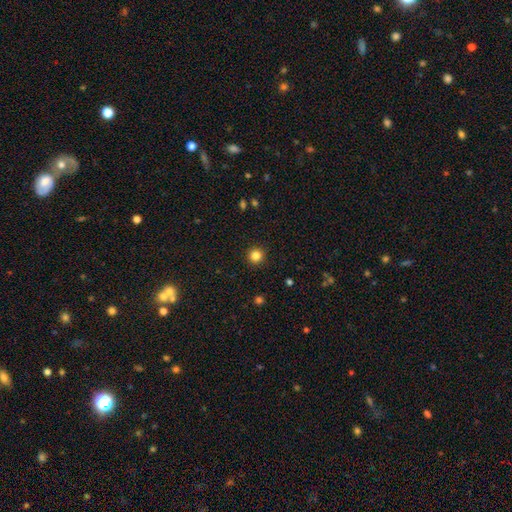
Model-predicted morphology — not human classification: Q: Smooth or featured?
A: smooth (84%); runner-up: star or artifact (12%)
Q: How rounded?
A: round (95%); runner-up: in between (4%)
Q: Merging?
A: none (93%); runner-up: minor disturbance (5%)